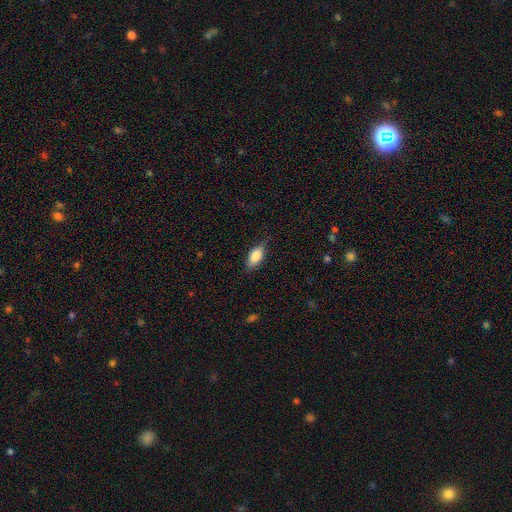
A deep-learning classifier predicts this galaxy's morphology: smooth_or_featured: smooth (p=0.75) [alt: featured or disk p=0.18]
how_rounded: in between (p=0.83) [alt: cigar-shaped p=0.14]
merging: none (p=0.77) [alt: minor disturbance p=0.18]